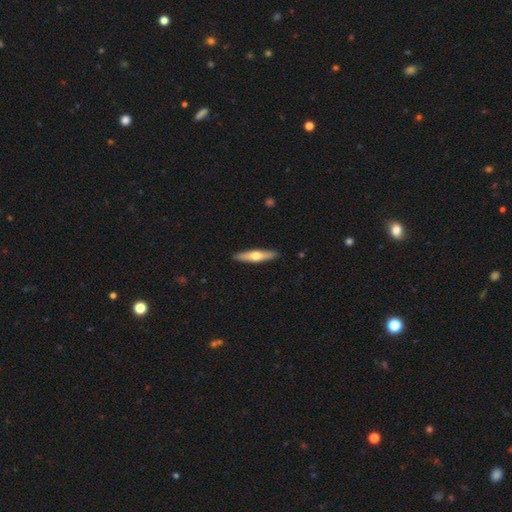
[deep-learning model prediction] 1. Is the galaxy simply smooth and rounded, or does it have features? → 48% featured or disk, 47% smooth, 5% star or artifact.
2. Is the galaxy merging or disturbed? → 91% none, 6% minor disturbance, 1% major disturbance, 1% merger.